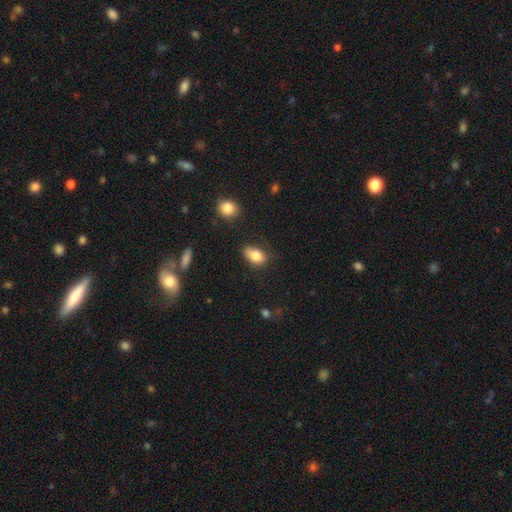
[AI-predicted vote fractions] Smooth or featured? Predicted: smooth (p=0.84). How rounded? Predicted: in between (p=0.87). Merging? Predicted: none (p=0.62).